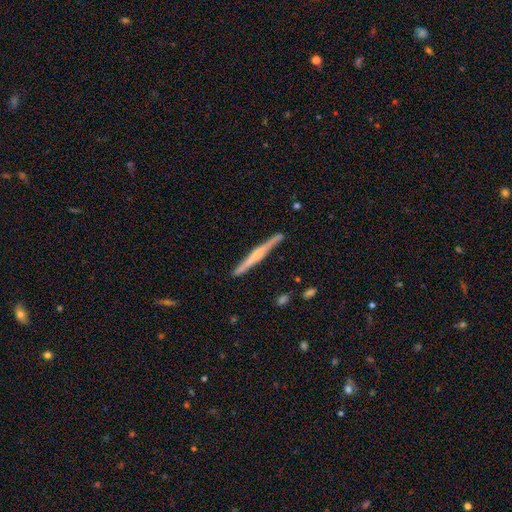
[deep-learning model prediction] The model was most divided on "edge-on bulge": rounded: 43%, none: 34%, boxy: 23%. More confident: edge-on disk — yes (98%); merging — none (88%); smooth or featured — featured or disk (61%).